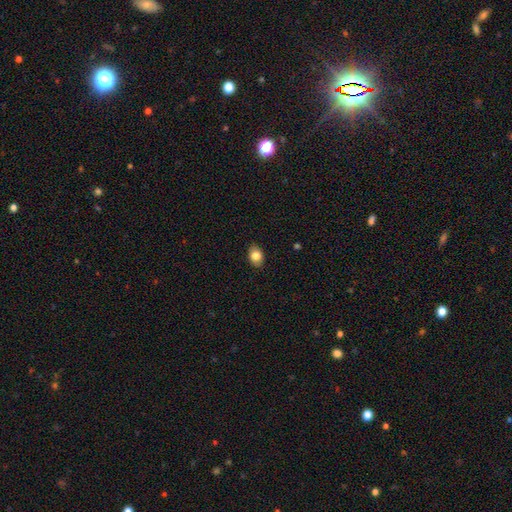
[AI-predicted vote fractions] Overall: smooth (83%). How rounded: in between (75%). Merging: none (87%).